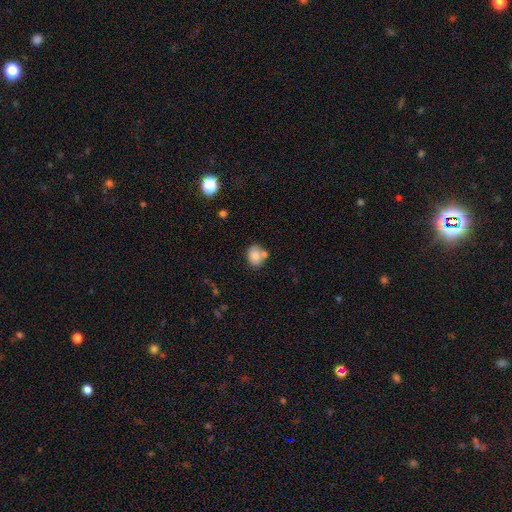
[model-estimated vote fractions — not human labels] A smooth galaxy with no disk features (82%) that is in between round and cigar-shaped (53%). Merging: none (56%).